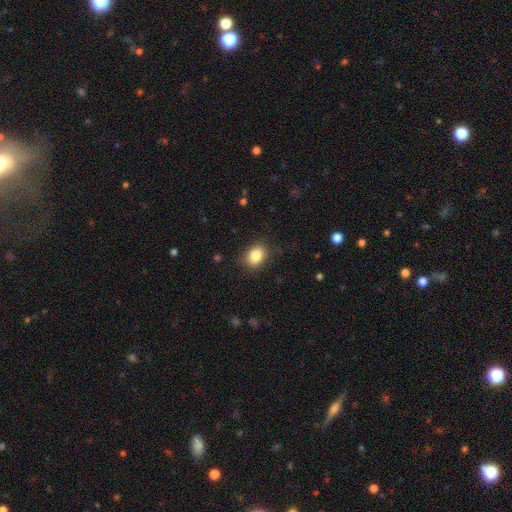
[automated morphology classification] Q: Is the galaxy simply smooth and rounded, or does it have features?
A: smooth — 85%.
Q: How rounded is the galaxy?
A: in between — 60%.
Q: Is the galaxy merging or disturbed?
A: none — 83%.